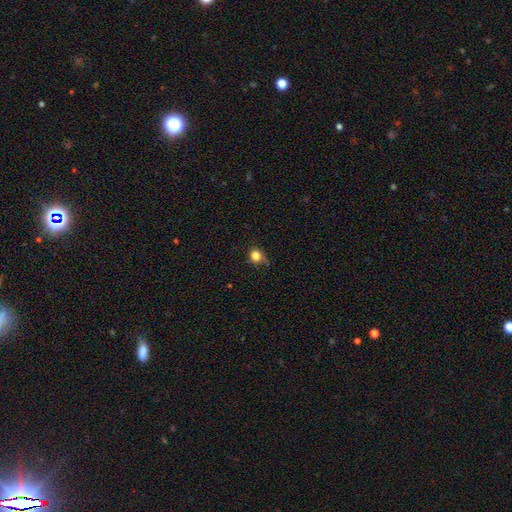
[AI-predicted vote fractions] Overall: smooth (80%). How rounded: round (85%). Merging: none (67%).